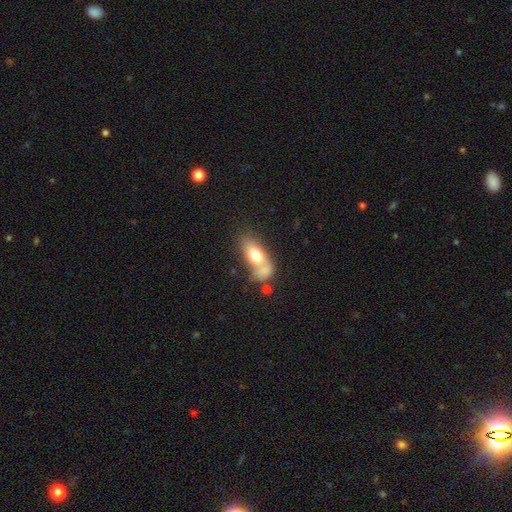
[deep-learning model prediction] Q: Smooth or featured?
A: smooth (69%); runner-up: featured or disk (24%)
Q: How rounded?
A: in between (82%); runner-up: cigar-shaped (11%)
Q: Merging?
A: merger (38%); runner-up: none (34%)